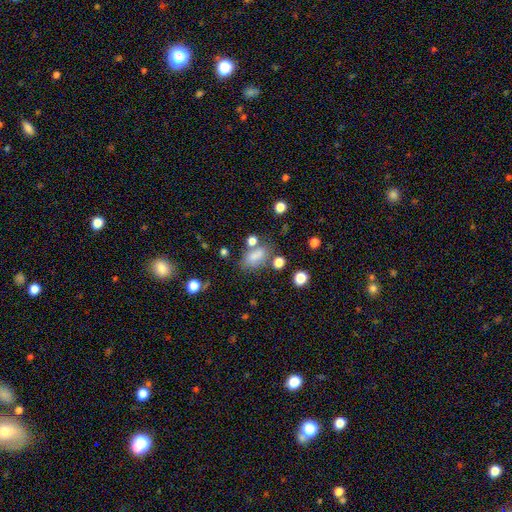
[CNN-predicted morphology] A smooth galaxy with no disk features (74%) that is in between round and cigar-shaped (82%). Merging: none (53%).